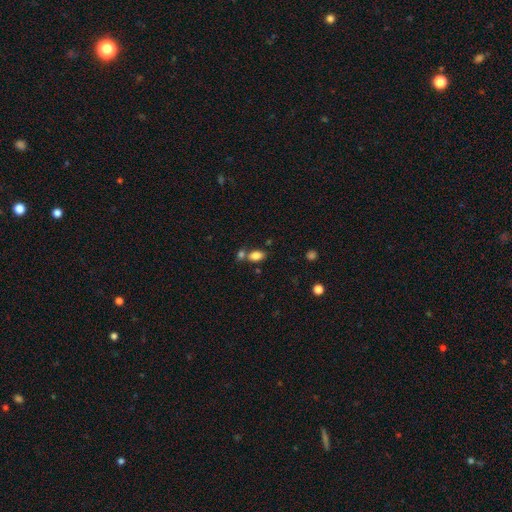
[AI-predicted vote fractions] The model was most divided on "merging": none: 54%, merger: 31%, minor disturbance: 11%, major disturbance: 4%. More confident: how rounded — in between (88%); smooth or featured — smooth (83%).